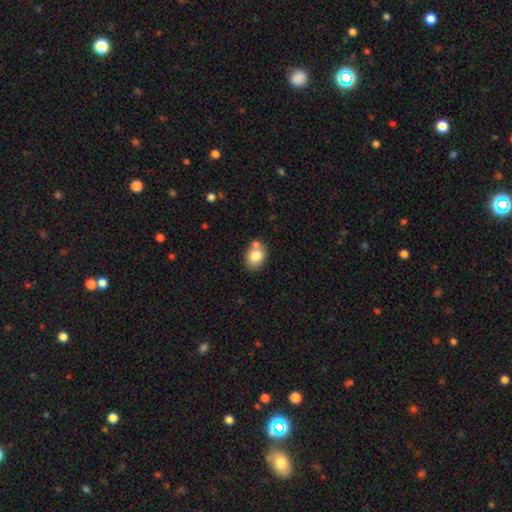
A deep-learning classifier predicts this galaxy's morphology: Q: Smooth or featured?
A: smooth (80%); runner-up: featured or disk (12%)
Q: How rounded?
A: in between (63%); runner-up: round (36%)
Q: Merging?
A: none (59%); runner-up: merger (23%)